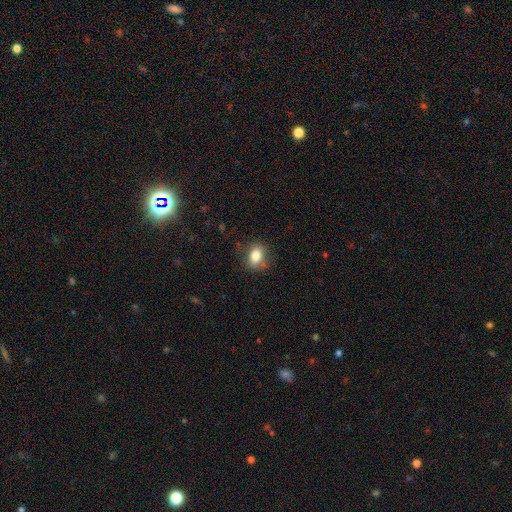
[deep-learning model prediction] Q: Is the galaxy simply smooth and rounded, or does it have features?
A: smooth — 80%.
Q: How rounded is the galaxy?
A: in between — 68%.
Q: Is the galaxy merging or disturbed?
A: none — 77%.